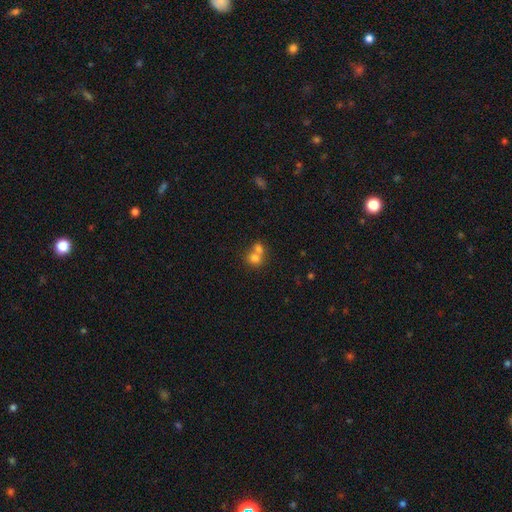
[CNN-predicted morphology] Smooth or featured? Predicted: smooth (p=0.74). How rounded? Predicted: round (p=0.75). Merging? Predicted: merger (p=0.65).